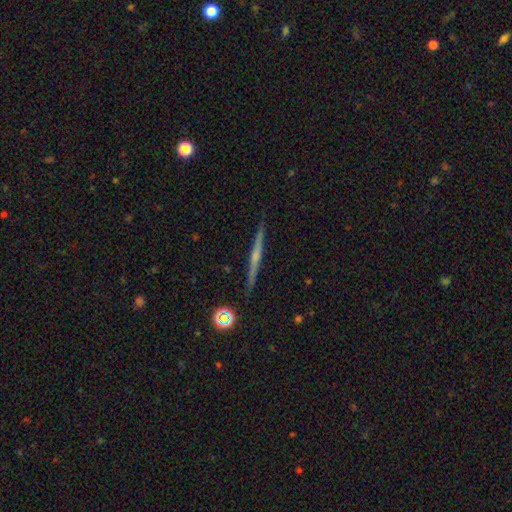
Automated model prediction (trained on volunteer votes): This appears to be a featured or disk galaxy (72%) viewed edge-on (98%) with a rounded central bulge (57%). Merging: none (92%).